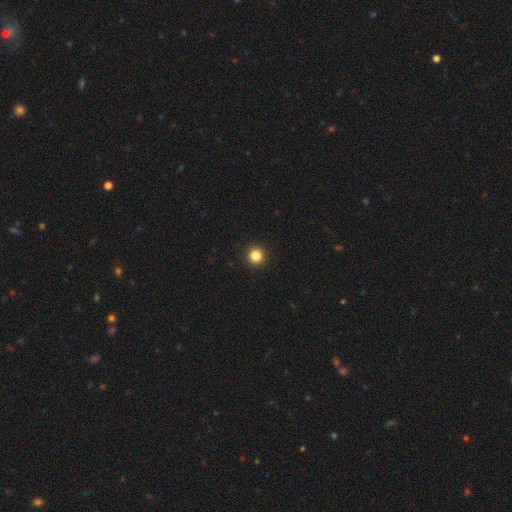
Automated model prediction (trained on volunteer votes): Overall: smooth (84%). How rounded: round (96%). Merging: none (94%).